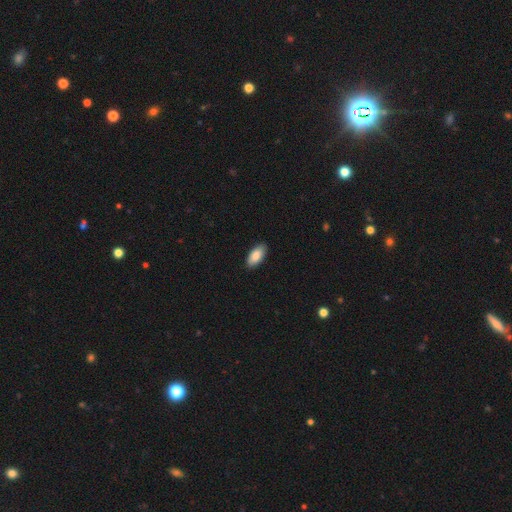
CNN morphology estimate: This is clearly a smooth galaxy (87%). How rounded: clearly in between (92%). Merging: clearly none (89%).